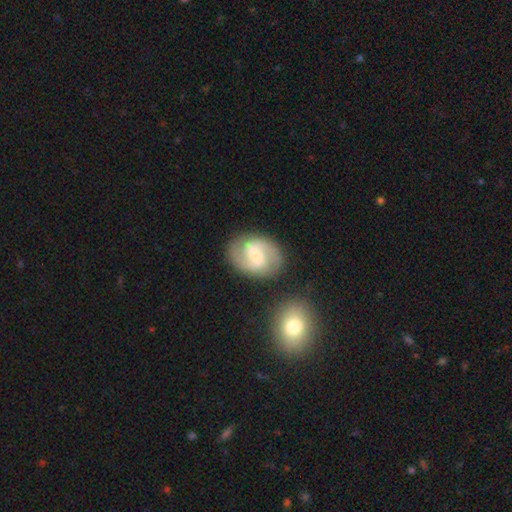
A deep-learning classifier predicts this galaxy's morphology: Smooth or featured? Predicted: featured or disk (p=0.79). Edge-on disk? Predicted: no (p=0.97). Bar? Predicted: weak (p=0.55). Spiral arms? Predicted: yes (p=0.94). Spiral winding? Predicted: medium (p=0.52). Spiral arm count? Predicted: 2 (p=0.89). Bulge size? Predicted: small (p=0.57). Merging? Predicted: none (p=0.79).